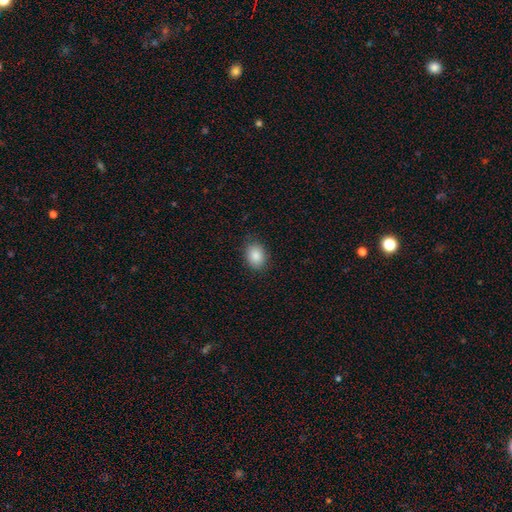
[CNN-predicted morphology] Smooth or featured?
  - smooth: 88% *
  - star or artifact: 8%
  - featured or disk: 4%
How rounded?
  - in between: 68% *
  - round: 31%
  - cigar-shaped: 1%
Merging?
  - none: 85% *
  - minor disturbance: 12%
  - major disturbance: 3%
  - merger: 1%